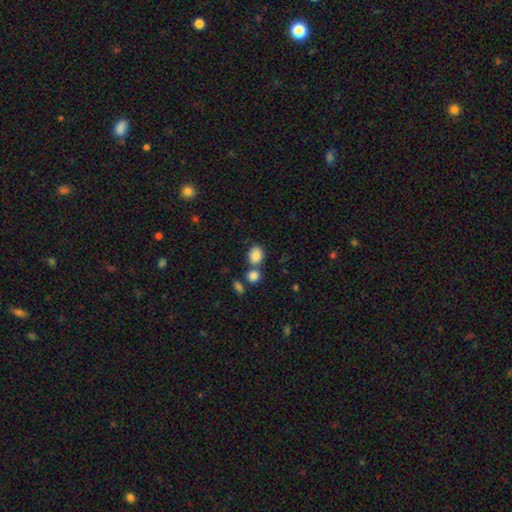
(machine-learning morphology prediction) A smooth galaxy with no disk features (86%) that is round (54%). Merging: none (59%).